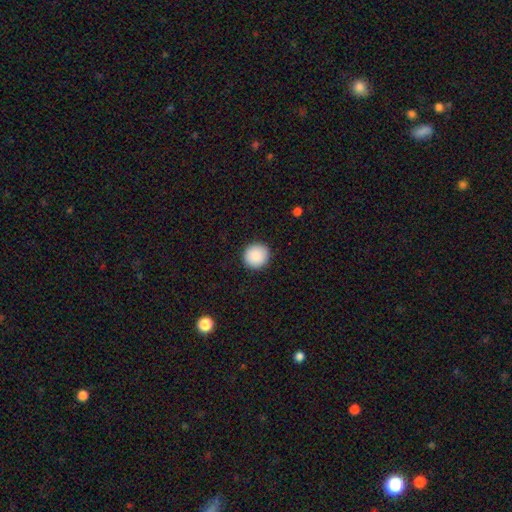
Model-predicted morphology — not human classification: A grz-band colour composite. It shows a smooth galaxy with no disk features (89%) that is round (94%). Merging: none (92%).